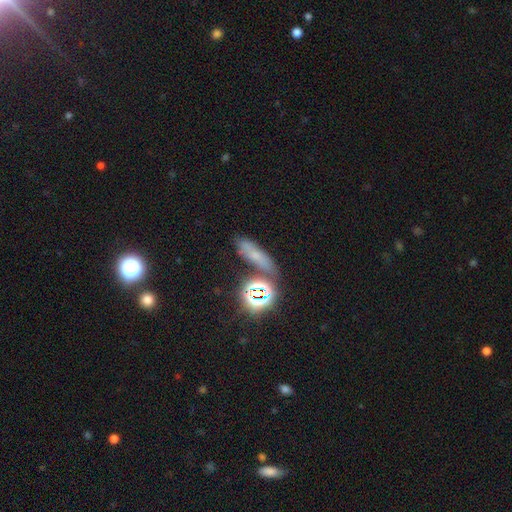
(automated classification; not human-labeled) This is possibly a smooth galaxy (49%). Merging: likely none (65%).